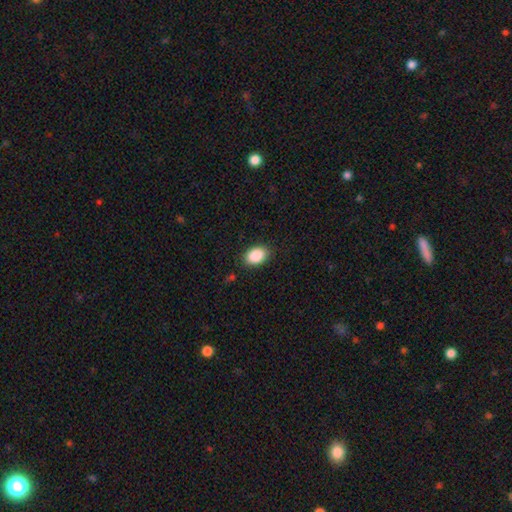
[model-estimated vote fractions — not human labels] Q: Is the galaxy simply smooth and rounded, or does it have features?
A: smooth — 89%.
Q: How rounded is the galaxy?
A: in between — 85%.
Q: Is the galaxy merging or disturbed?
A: none — 87%.